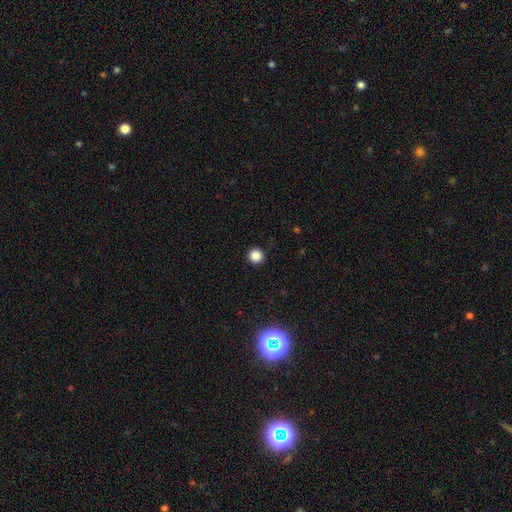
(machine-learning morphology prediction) Smooth or featured? Predicted: smooth (p=0.85). How rounded? Predicted: round (p=0.96). Merging? Predicted: none (p=0.93).